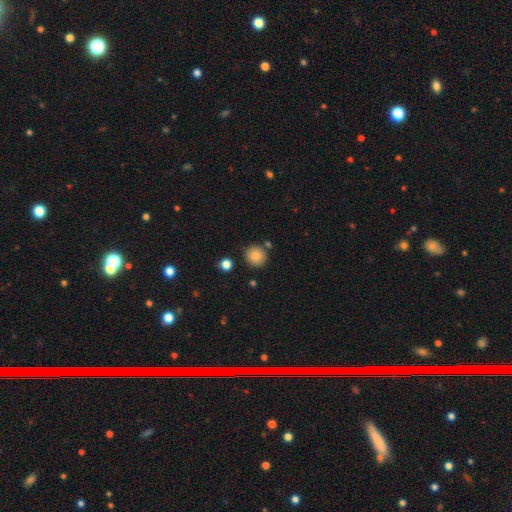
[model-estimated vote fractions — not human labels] smooth_or_featured: smooth (p=0.85) [alt: star or artifact p=0.09]
how_rounded: round (p=0.93) [alt: in between p=0.06]
merging: none (p=0.84) [alt: minor disturbance p=0.08]